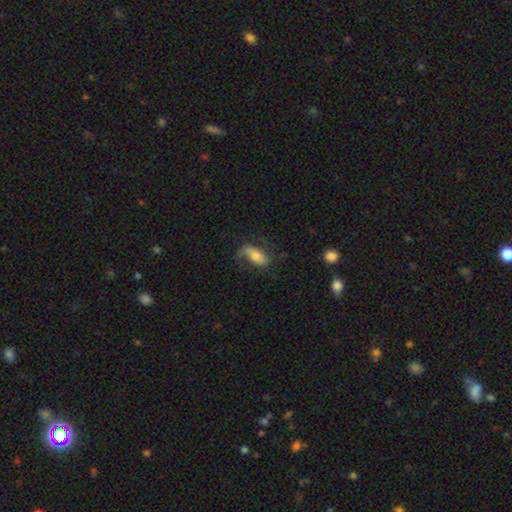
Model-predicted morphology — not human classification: featured or disk 52%, smooth 40%, star or artifact 8%. Down the decision tree: edge-on disk — no (90%); merging — none (54%).